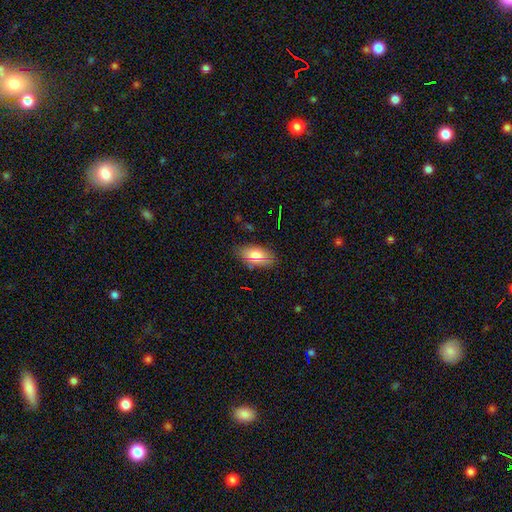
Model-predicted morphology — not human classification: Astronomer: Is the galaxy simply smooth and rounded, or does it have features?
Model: smooth — 76%.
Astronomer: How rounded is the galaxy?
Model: in between — 91%.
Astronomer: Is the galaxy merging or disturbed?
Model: none — 78%.